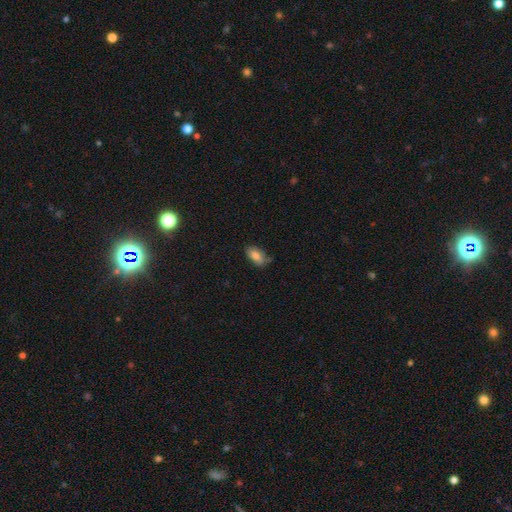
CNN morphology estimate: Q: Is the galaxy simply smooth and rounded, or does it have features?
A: smooth — 80%.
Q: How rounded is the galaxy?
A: in between — 90%.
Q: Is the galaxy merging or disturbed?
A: none — 68%.